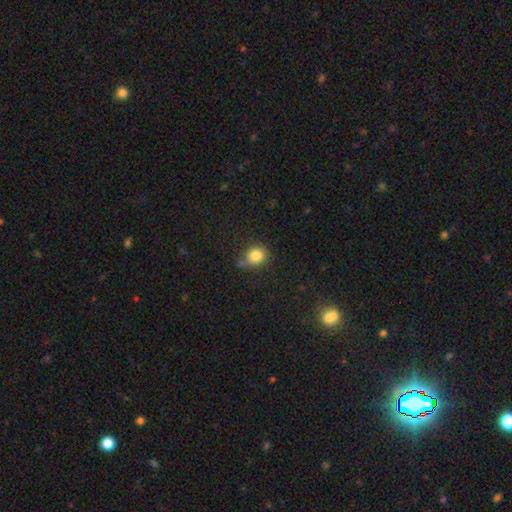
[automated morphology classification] A smooth galaxy with no disk features (83%) that is round (75%). Merging: none (61%).